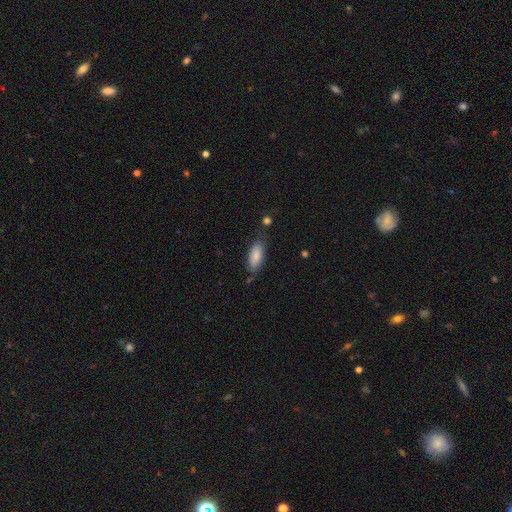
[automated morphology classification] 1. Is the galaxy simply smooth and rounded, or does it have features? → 82% smooth, 12% featured or disk, 6% star or artifact.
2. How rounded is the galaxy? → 82% in between, 17% cigar-shaped, 2% round.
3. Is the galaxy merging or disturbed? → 67% none, 23% minor disturbance, 6% major disturbance, 5% merger.